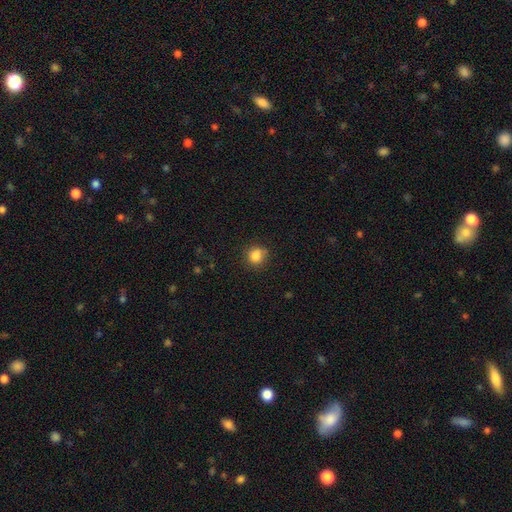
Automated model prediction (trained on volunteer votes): smooth-or-featured: smooth: 85% | star or artifact: 10% | featured or disk: 5%
  how-rounded: round: 85% | in between: 14% | cigar-shaped: 1%
  merging: none: 76% | minor disturbance: 18% | major disturbance: 4% | merger: 2%